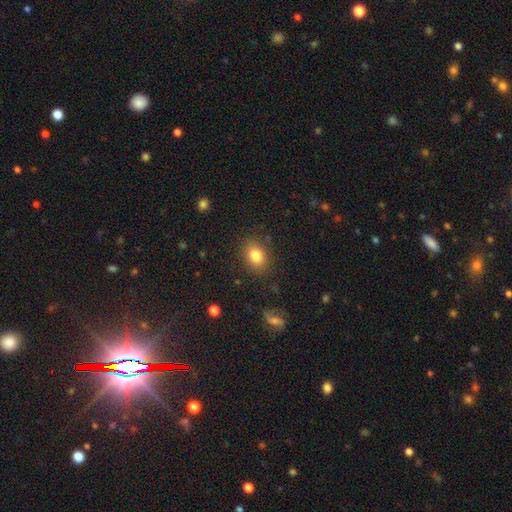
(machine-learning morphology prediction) Smooth or featured: smooth — 81% (star or artifact — 10%)
How rounded: in between — 62% (round — 37%)
Merging: none — 85% (minor disturbance — 11%)